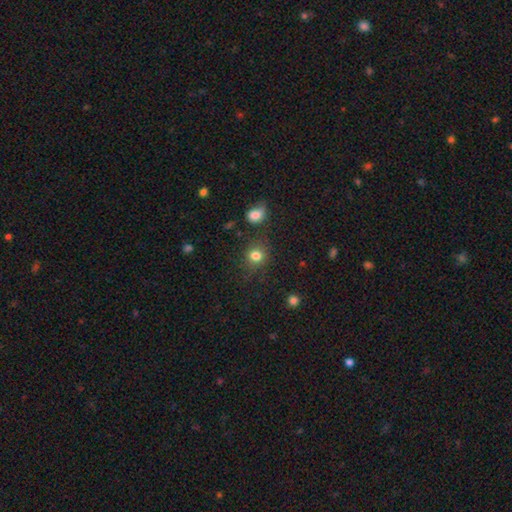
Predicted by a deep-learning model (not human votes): Smooth or featured?
  - smooth: 80% *
  - star or artifact: 13%
  - featured or disk: 6%
How rounded?
  - round: 79% *
  - in between: 20%
  - cigar-shaped: 1%
Merging?
  - none: 78% *
  - minor disturbance: 12%
  - merger: 5%
  - major disturbance: 5%